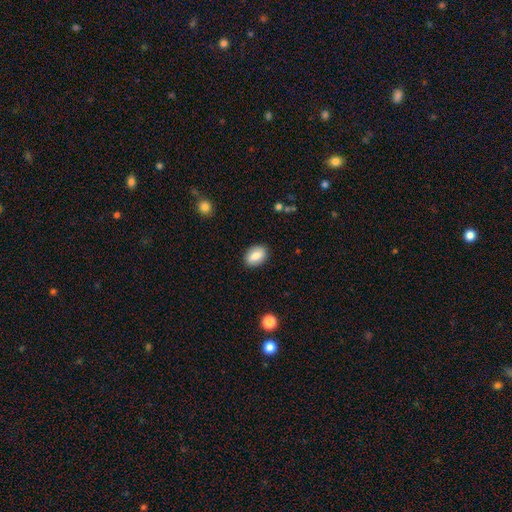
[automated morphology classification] smooth 81%, featured or disk 11%, star or artifact 7%. Down the decision tree: how rounded — in between (80%); merging — none (88%).